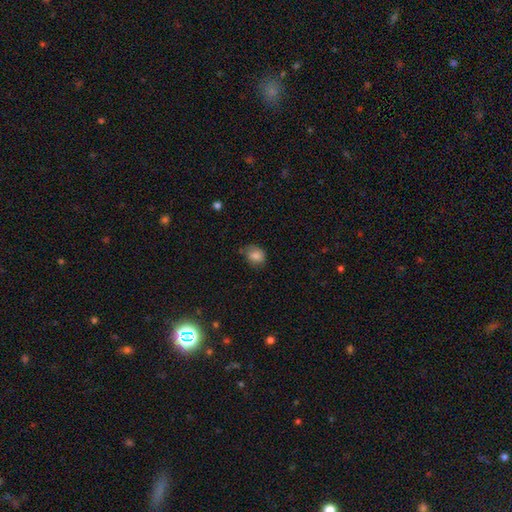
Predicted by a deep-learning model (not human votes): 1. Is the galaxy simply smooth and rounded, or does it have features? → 80% smooth, 11% featured or disk, 10% star or artifact.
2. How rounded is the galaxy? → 52% round, 47% in between, 1% cigar-shaped.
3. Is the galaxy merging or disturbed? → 66% none, 26% minor disturbance, 6% major disturbance, 2% merger.